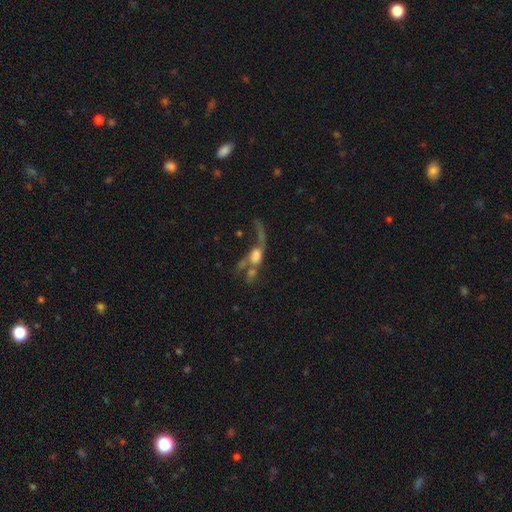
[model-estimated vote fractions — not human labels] A featured or disk galaxy (53%).

Vote fractions:
- Smooth or featured? featured or disk: 53% / smooth: 33% / star or artifact: 14%
- Edge-on disk? no: 82% / yes: 18%
- Merging? merger: 42% / major disturbance: 32% / none: 17% / minor disturbance: 9%